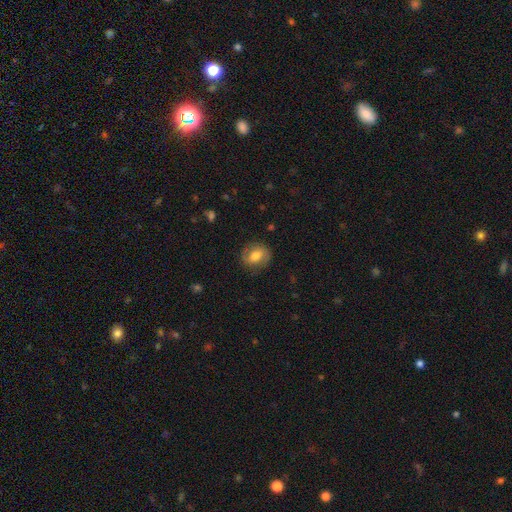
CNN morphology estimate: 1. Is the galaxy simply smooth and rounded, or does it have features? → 61% smooth, 32% featured or disk, 8% star or artifact.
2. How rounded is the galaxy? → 61% round, 38% in between, 1% cigar-shaped.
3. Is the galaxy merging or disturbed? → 79% none, 14% minor disturbance, 5% major disturbance, 1% merger.